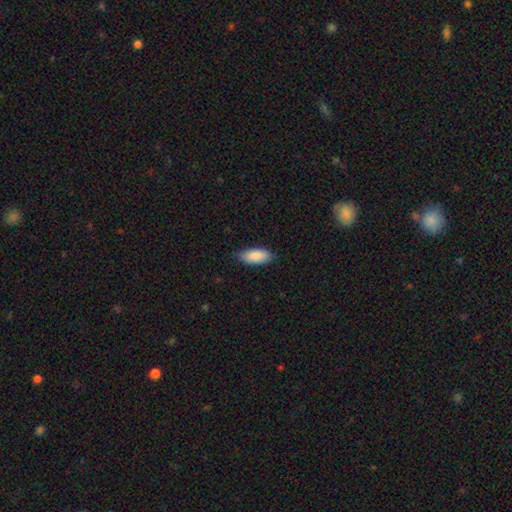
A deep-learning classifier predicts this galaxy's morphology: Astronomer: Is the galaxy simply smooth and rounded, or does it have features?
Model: smooth — 89%.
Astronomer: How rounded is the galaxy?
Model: in between — 84%.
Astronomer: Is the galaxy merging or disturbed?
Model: none — 83%.